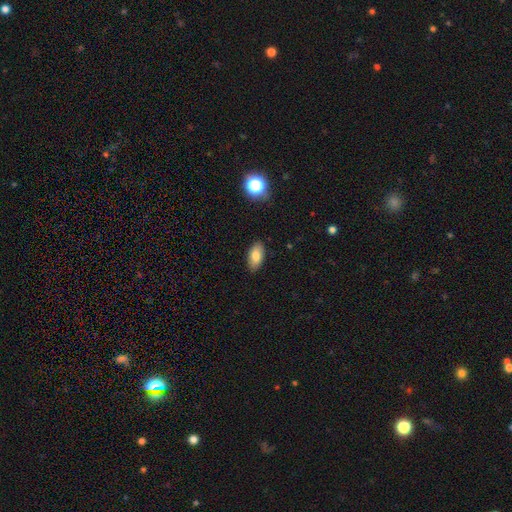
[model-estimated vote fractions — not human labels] Smooth or featured? smooth (81%)
How rounded? in between (92%)
Merging? none (87%)